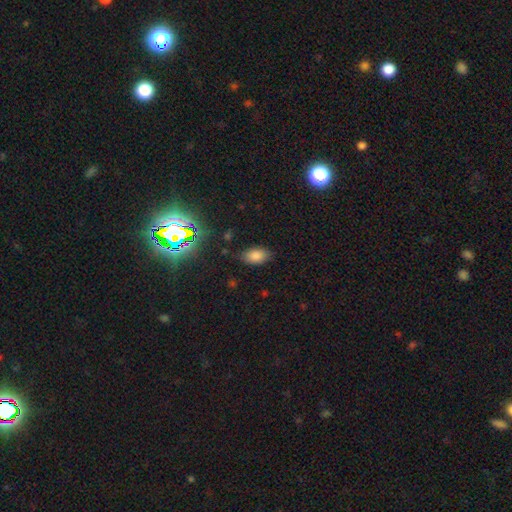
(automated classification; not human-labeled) smooth-or-featured: smooth: 79% | star or artifact: 14% | featured or disk: 7%
  how-rounded: in between: 91% | round: 6% | cigar-shaped: 2%
  merging: none: 80% | minor disturbance: 15% | major disturbance: 4% | merger: 2%